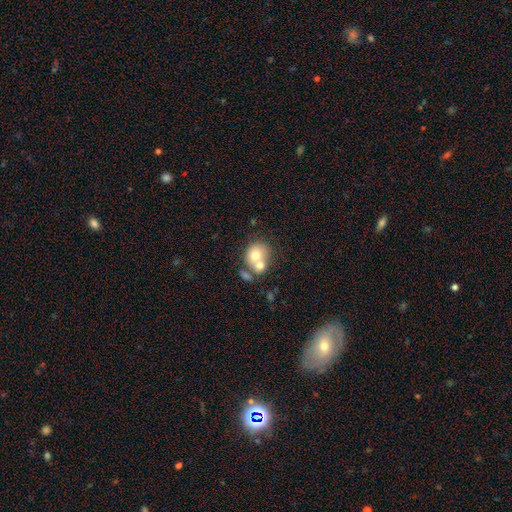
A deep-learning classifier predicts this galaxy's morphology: Q: Smooth or featured?
A: smooth (67%); runner-up: featured or disk (23%)
Q: How rounded?
A: round (70%); runner-up: in between (29%)
Q: Merging?
A: merger (57%); runner-up: none (30%)